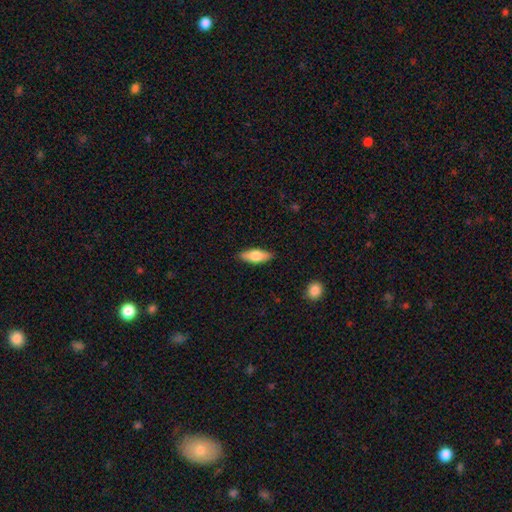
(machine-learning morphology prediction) This is likely a smooth galaxy (65%). How rounded: likely in between (68%). Merging: clearly none (87%).